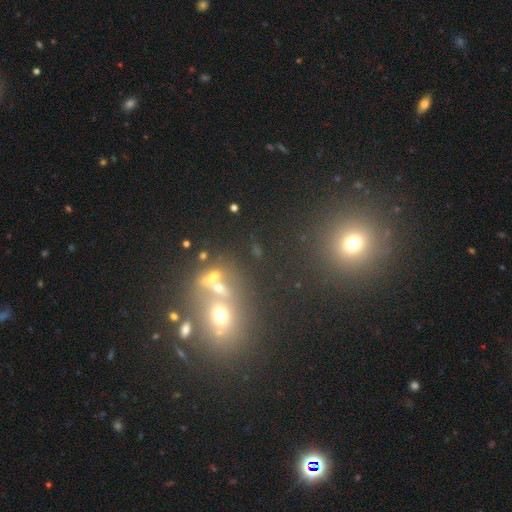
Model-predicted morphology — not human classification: Smooth or featured: star or artifact — 41% (smooth — 39%)